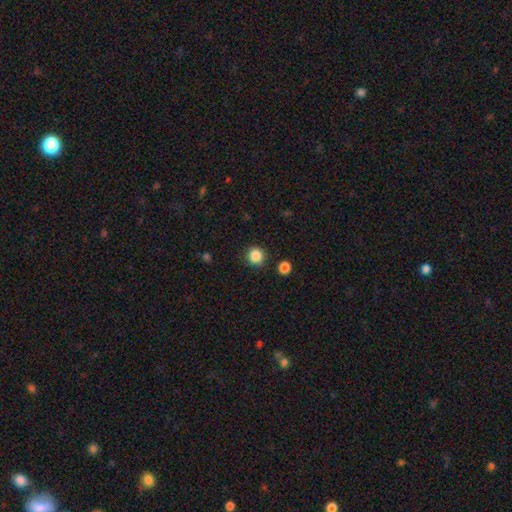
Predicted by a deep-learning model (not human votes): Smooth or featured?
  - smooth: 86% *
  - star or artifact: 11%
  - featured or disk: 3%
How rounded?
  - round: 94% *
  - in between: 5%
  - cigar-shaped: 1%
Merging?
  - none: 89% *
  - minor disturbance: 6%
  - merger: 3%
  - major disturbance: 2%